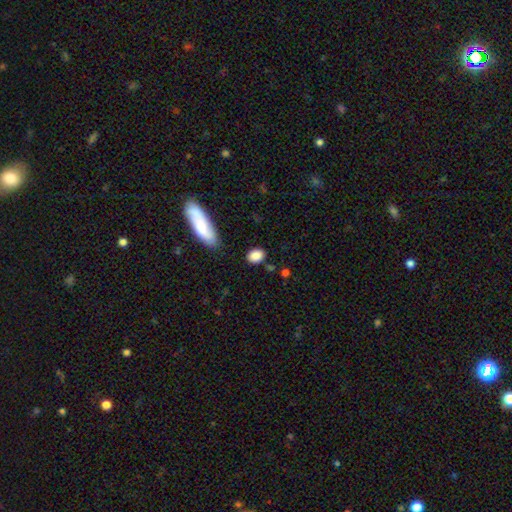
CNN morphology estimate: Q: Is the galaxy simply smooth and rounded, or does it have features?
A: smooth — 87%.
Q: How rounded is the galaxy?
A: in between — 66%.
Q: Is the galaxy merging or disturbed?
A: none — 81%.